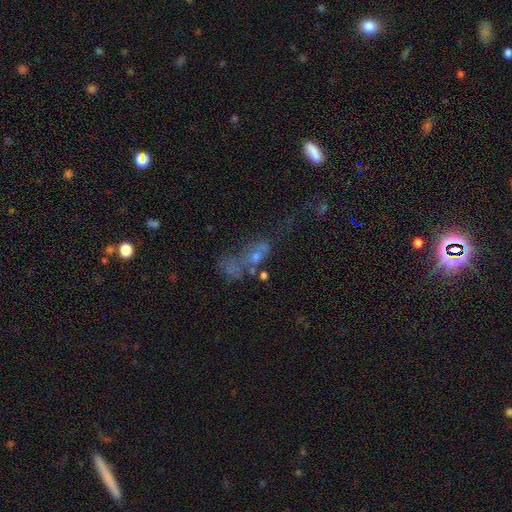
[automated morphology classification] Smooth or featured? Predicted: smooth (p=0.39). Merging? Predicted: merger (p=0.37).